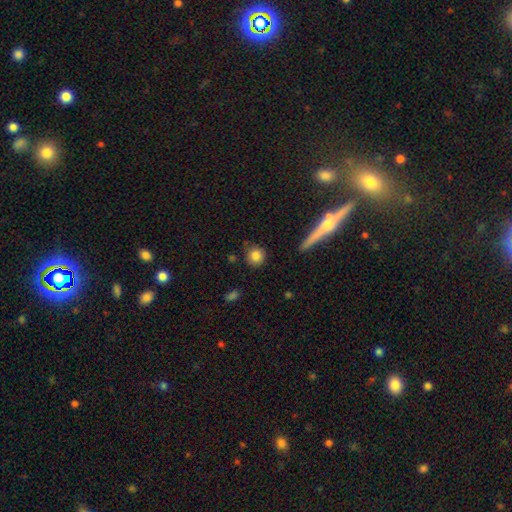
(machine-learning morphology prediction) This appears to be a smooth galaxy with no disk features (83%) that is round (89%). Merging: none (82%).